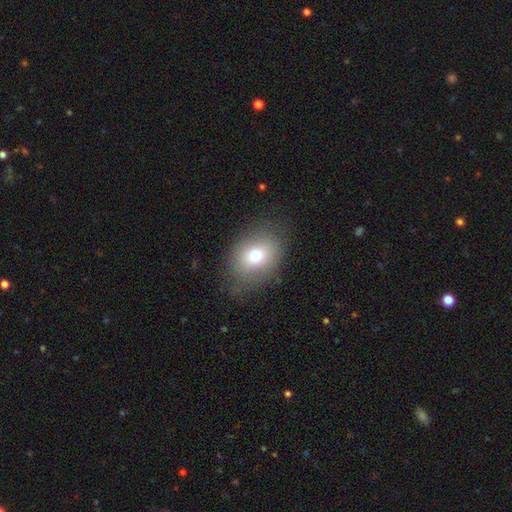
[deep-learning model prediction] Smooth or featured? Predicted: smooth (p=0.74). How rounded? Predicted: in between (p=0.63). Merging? Predicted: none (p=0.76).